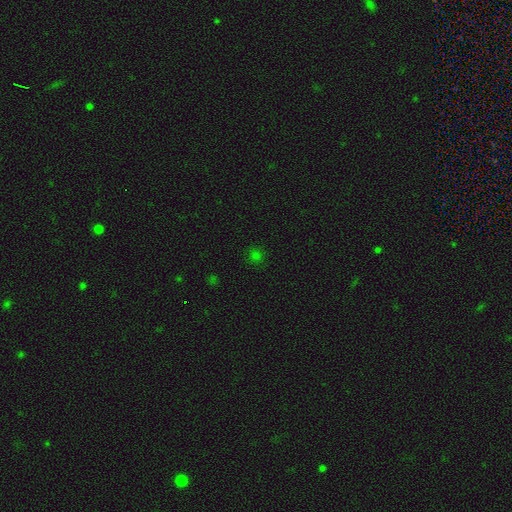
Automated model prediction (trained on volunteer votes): Morphology: type=smooth (68%); roundness=round (86%); merging=none (87%).